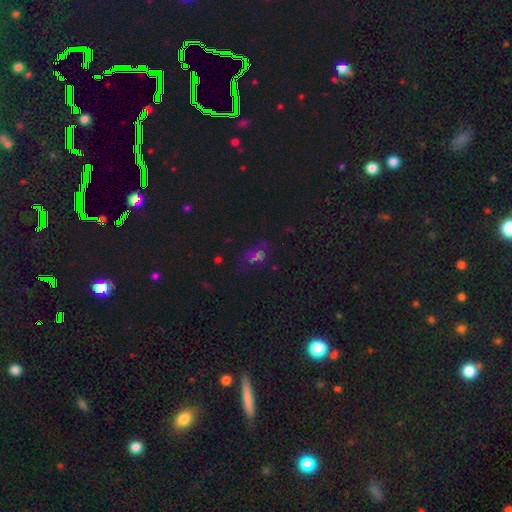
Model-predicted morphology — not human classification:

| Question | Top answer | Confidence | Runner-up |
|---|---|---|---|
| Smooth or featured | star or artifact | 49% | smooth (30%) |